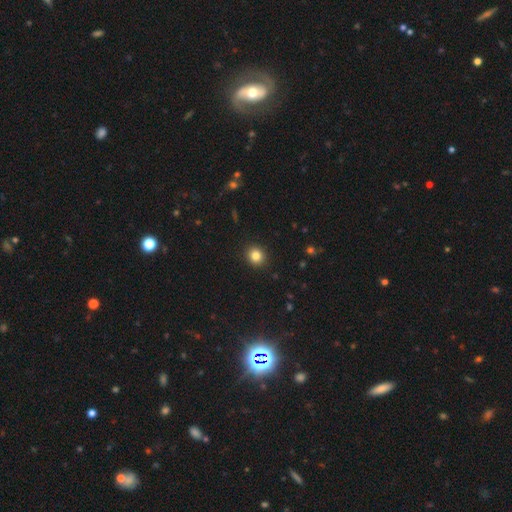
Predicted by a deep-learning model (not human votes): A smooth galaxy with no disk features (83%) that is round (83%). Merging: none (92%).